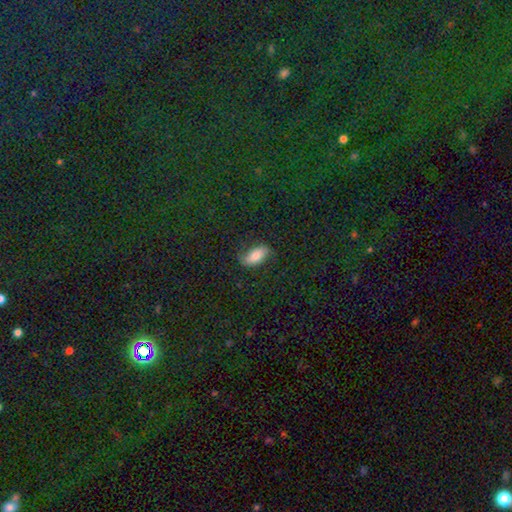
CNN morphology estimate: type=smooth (58%); roundness=in between (86%); merging=none (75%).